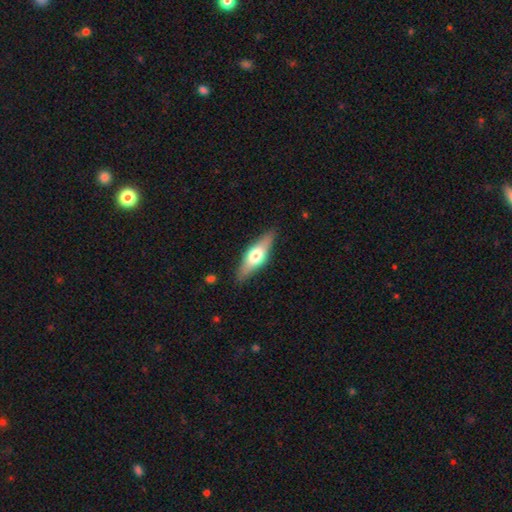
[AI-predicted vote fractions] Overall: smooth (48%; featured or disk 47%). Merging: none (86%).